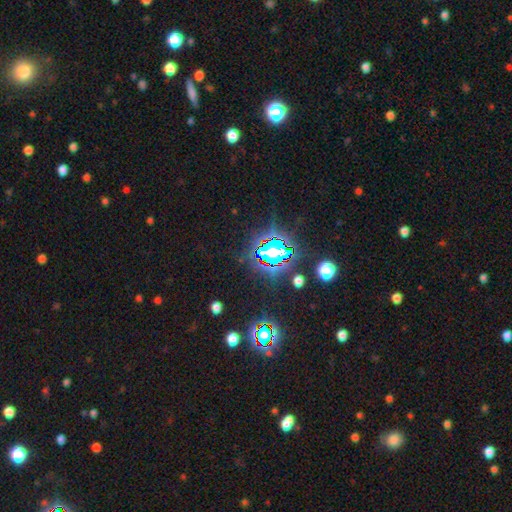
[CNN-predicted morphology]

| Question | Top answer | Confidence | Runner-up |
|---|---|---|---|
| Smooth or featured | star or artifact | 83% | smooth (10%) |